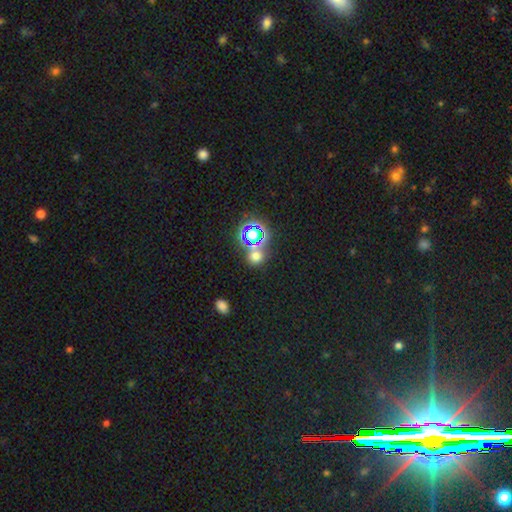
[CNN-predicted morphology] Smooth or featured? Predicted: smooth (p=0.54). How rounded? Predicted: round (p=0.82). Merging? Predicted: none (p=0.67).